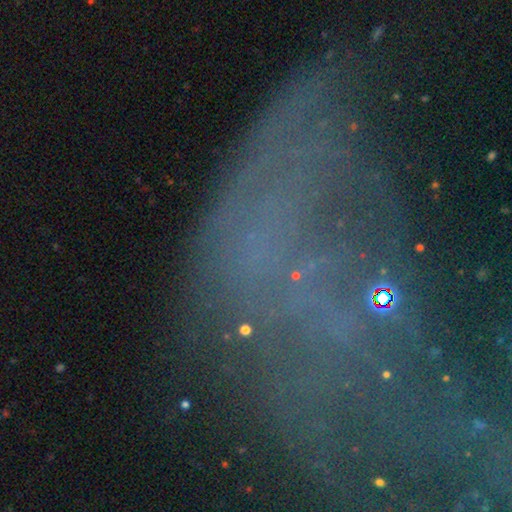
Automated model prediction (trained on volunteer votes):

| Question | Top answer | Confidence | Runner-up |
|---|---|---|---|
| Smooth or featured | star or artifact | 45% | featured or disk (37%) |